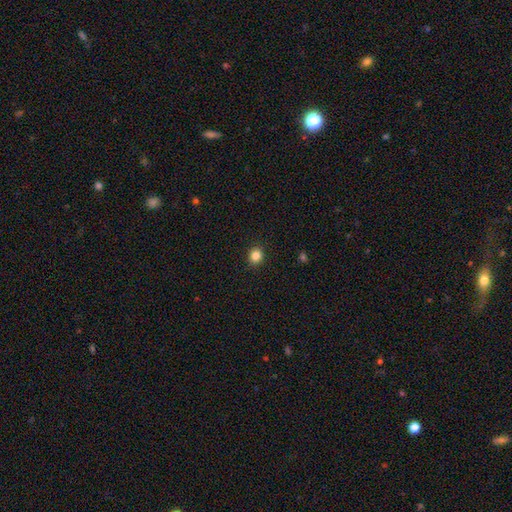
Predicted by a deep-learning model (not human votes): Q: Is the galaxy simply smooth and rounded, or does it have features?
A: smooth — 84%.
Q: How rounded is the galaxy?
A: round — 82%.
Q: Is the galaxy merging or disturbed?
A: none — 91%.